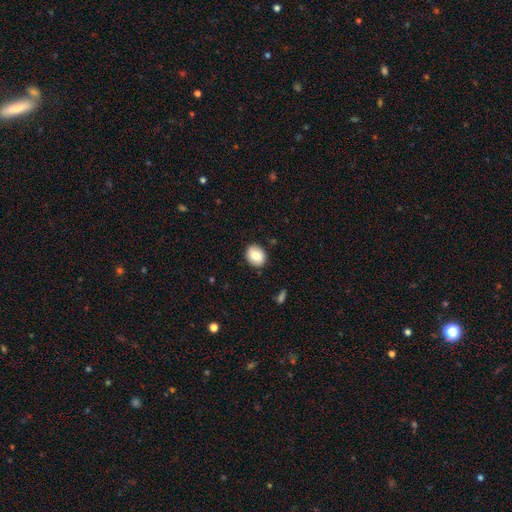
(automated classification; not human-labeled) This appears to be a smooth galaxy with no disk features (82%) that is round (50%). Merging: none (87%).